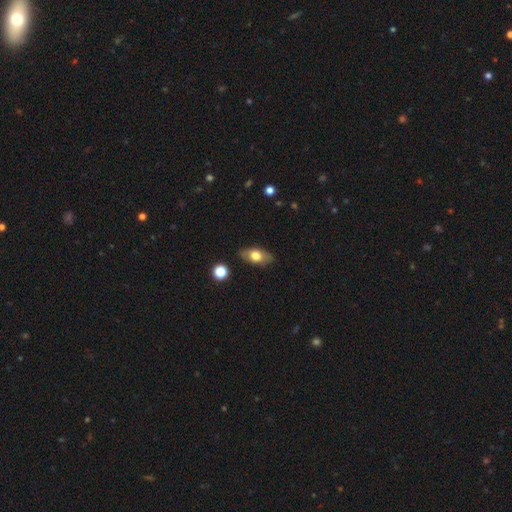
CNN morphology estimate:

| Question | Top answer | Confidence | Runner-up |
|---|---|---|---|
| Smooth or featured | smooth | 66% | featured or disk (26%) |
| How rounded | in between | 84% | cigar-shaped (8%) |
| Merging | none | 84% | minor disturbance (12%) |